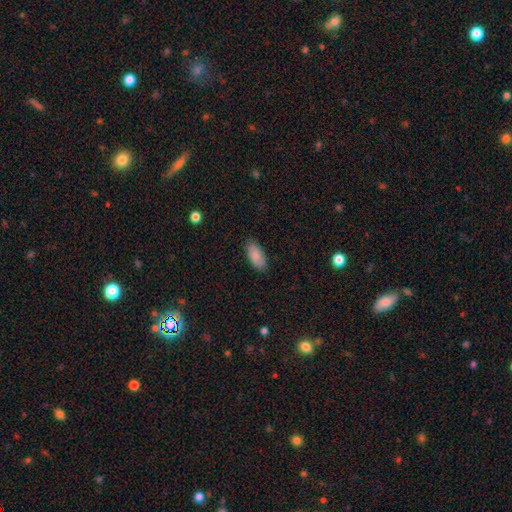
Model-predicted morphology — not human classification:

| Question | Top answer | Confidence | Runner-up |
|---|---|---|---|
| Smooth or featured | smooth | 87% | featured or disk (7%) |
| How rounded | in between | 91% | cigar-shaped (7%) |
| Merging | none | 86% | minor disturbance (11%) |